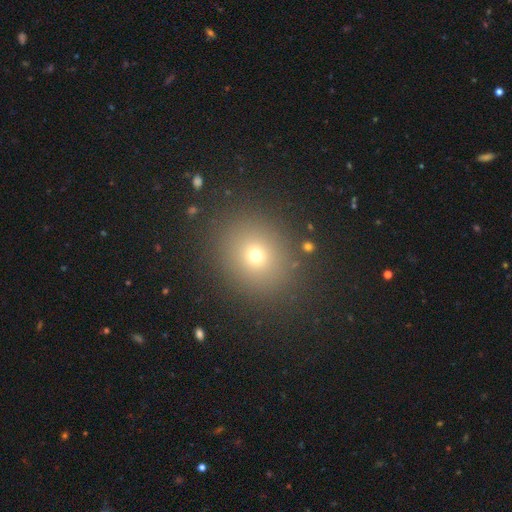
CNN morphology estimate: Smooth or featured? Predicted: smooth (p=0.68). How rounded? Predicted: round (p=0.73). Merging? Predicted: none (p=0.88).